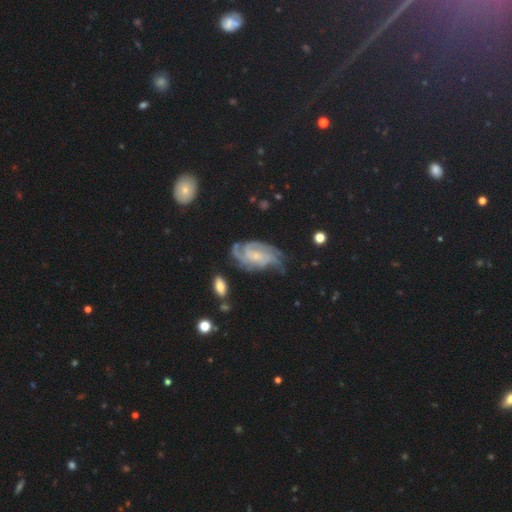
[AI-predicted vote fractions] Smooth or featured? featured or disk (86%)
Edge-on disk? no (96%)
Bar? no (60%)
Spiral arms? yes (97%)
Spiral winding? tight (56%)
Spiral arm count? 3 (30%)
Bulge size? small (62%)
Merging? none (61%)